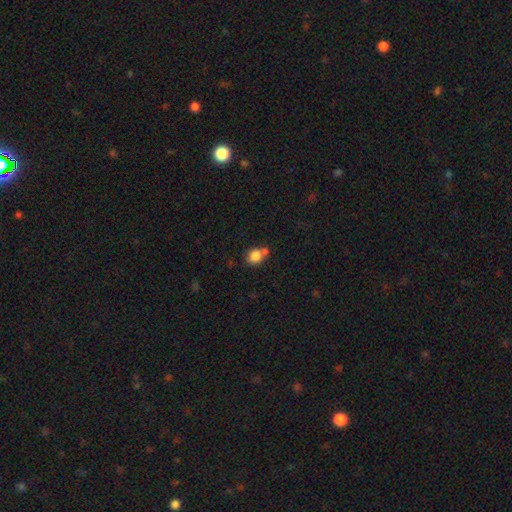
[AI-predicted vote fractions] Overall: smooth (83%). How rounded: round (68%; in between 31%). Merging: none (50%; merger 32%).